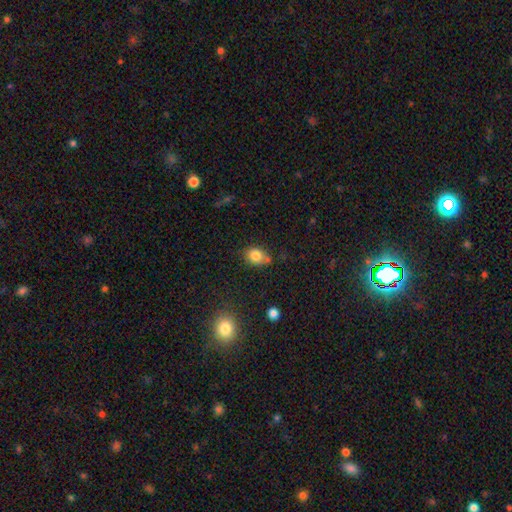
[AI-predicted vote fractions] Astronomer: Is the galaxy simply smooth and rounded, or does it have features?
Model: smooth — 81%.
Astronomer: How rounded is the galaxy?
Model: in between — 53% (runner-up: round, 45%).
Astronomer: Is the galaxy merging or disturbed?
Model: none — 62%.